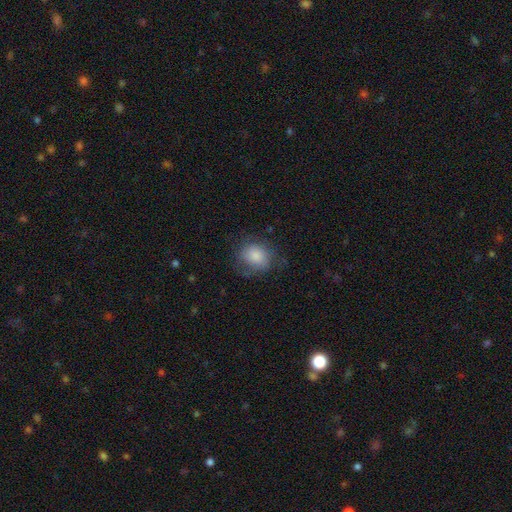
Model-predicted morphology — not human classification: Smooth or featured: smooth — 82% (featured or disk — 10%)
How rounded: round — 68% (in between — 31%)
Merging: none — 65% (minor disturbance — 23%)